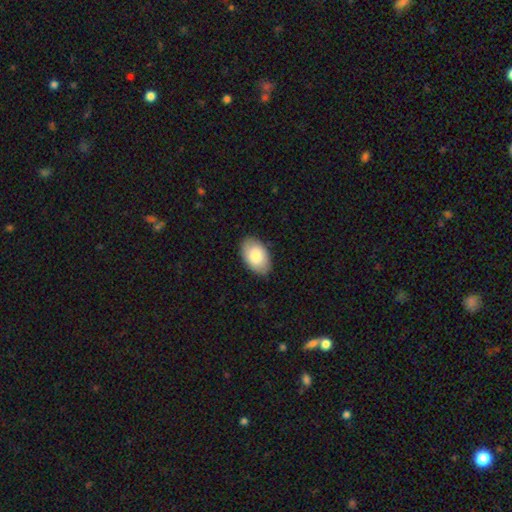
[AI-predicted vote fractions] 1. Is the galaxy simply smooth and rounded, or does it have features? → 83% smooth, 12% featured or disk, 6% star or artifact.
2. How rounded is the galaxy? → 93% in between, 5% round, 1% cigar-shaped.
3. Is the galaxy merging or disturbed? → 86% none, 11% minor disturbance, 2% major disturbance, 1% merger.